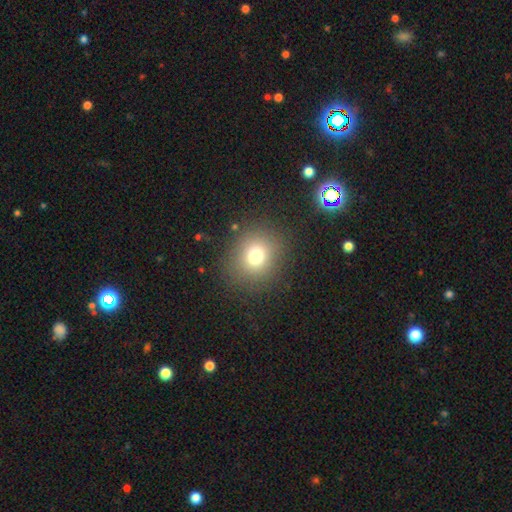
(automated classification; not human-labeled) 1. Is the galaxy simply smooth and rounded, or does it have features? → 73% smooth, 17% star or artifact, 10% featured or disk.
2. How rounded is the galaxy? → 82% round, 17% in between, 1% cigar-shaped.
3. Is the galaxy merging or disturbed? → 86% none, 8% minor disturbance, 5% major disturbance, 1% merger.